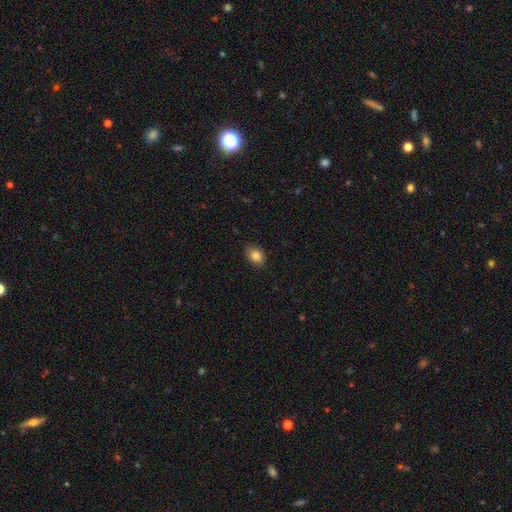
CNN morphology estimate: type=smooth (86%); roundness=in between (70%); merging=none (83%).